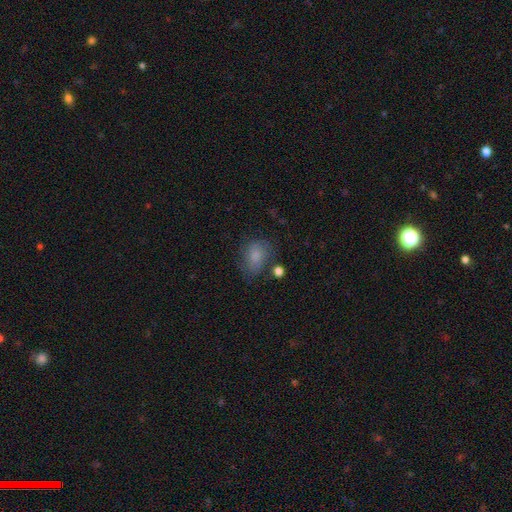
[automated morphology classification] A smooth galaxy with no disk features (77%) that is in between round and cigar-shaped (69%). Merging: none (57%).